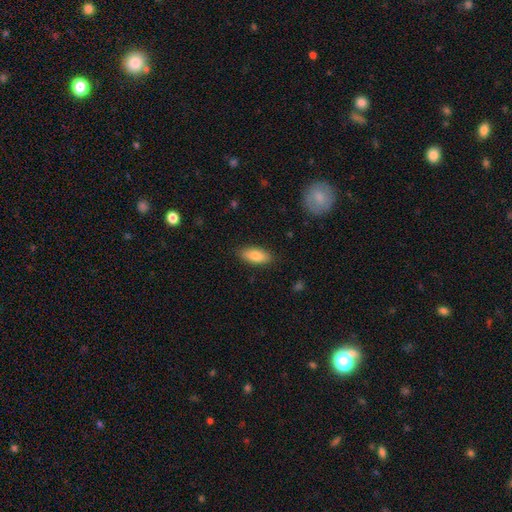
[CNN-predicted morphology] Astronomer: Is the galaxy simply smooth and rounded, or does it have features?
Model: smooth — 81%.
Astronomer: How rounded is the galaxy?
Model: in between — 80%.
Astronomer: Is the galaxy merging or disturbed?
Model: none — 87%.